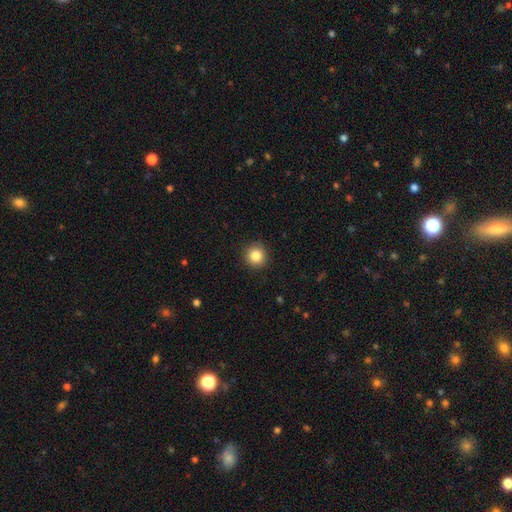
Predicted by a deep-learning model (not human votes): Smooth or featured: smooth — 85% (star or artifact — 10%)
How rounded: round — 94% (in between — 5%)
Merging: none — 92% (minor disturbance — 6%)